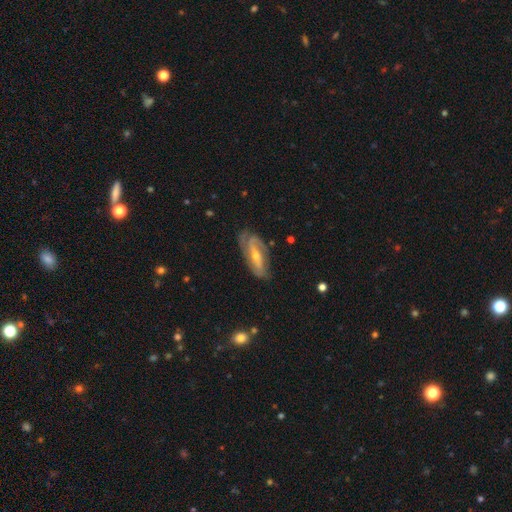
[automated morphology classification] Smooth or featured? Predicted: featured or disk (p=0.82). Edge-on disk? Predicted: no (p=0.90). Bar? Predicted: strong (p=0.35, tied with weak). Spiral arms? Predicted: yes (p=0.92). Spiral winding? Predicted: tight (p=0.46). Spiral arm count? Predicted: 2 (p=0.63). Bulge size? Predicted: small (p=0.51). Merging? Predicted: none (p=0.72).